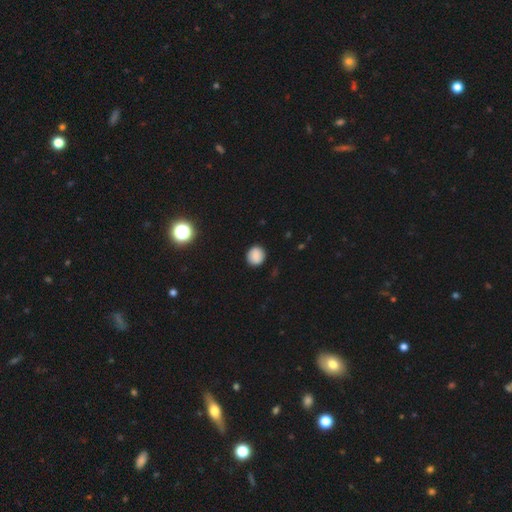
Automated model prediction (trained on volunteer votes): Smooth or featured: smooth — 86% (star or artifact — 9%)
How rounded: round — 85% (in between — 14%)
Merging: none — 89% (minor disturbance — 8%)